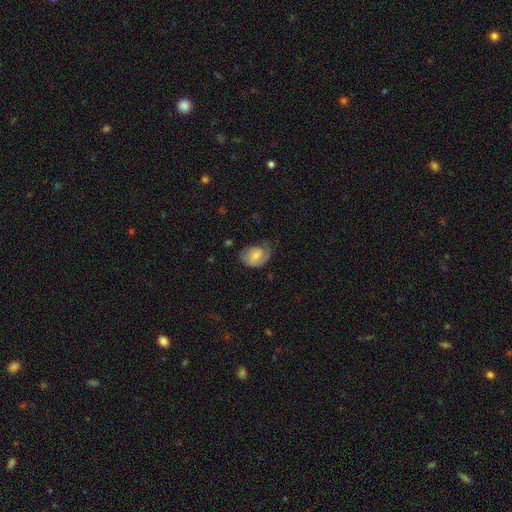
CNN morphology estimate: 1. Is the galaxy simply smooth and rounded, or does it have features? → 53% smooth, 40% featured or disk, 7% star or artifact.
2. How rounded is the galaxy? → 68% in between, 31% round, 1% cigar-shaped.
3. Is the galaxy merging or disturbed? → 48% none, 33% minor disturbance, 18% major disturbance, 2% merger.